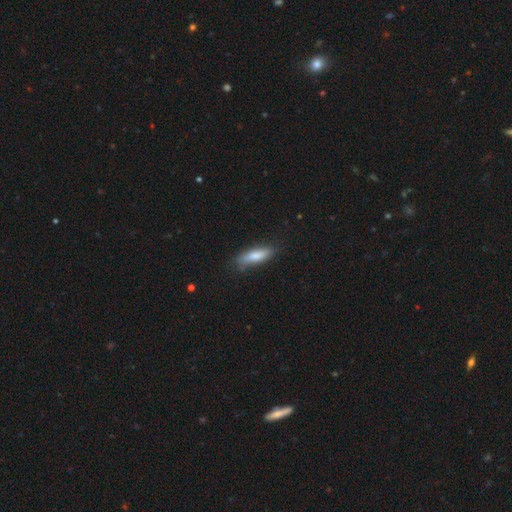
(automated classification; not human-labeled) Smooth or featured: smooth — 77% (featured or disk — 17%)
How rounded: cigar-shaped — 62% (in between — 36%)
Merging: none — 78% (minor disturbance — 17%)